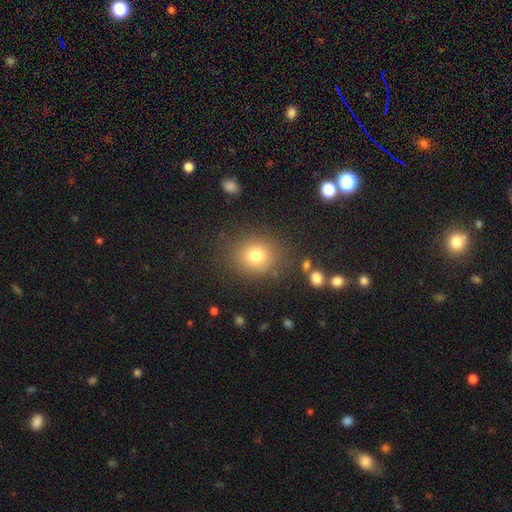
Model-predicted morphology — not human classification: type=smooth (78%); roundness=round (78%); merging=none (83%).